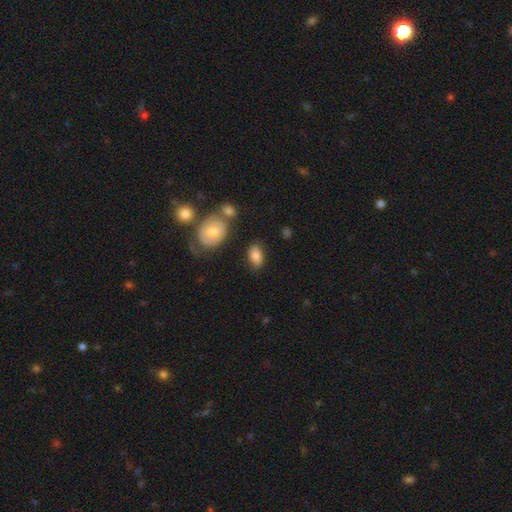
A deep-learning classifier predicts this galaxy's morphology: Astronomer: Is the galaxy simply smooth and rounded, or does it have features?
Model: smooth — 82%.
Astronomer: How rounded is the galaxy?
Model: in between — 91%.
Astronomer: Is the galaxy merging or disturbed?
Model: none — 78%.